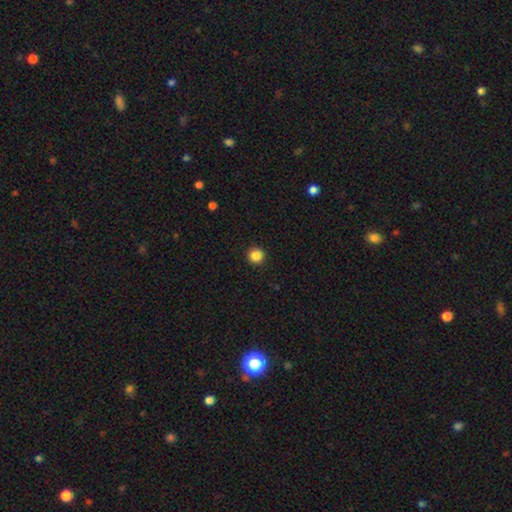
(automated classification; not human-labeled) Smooth or featured? smooth (86%)
How rounded? round (96%)
Merging? none (93%)